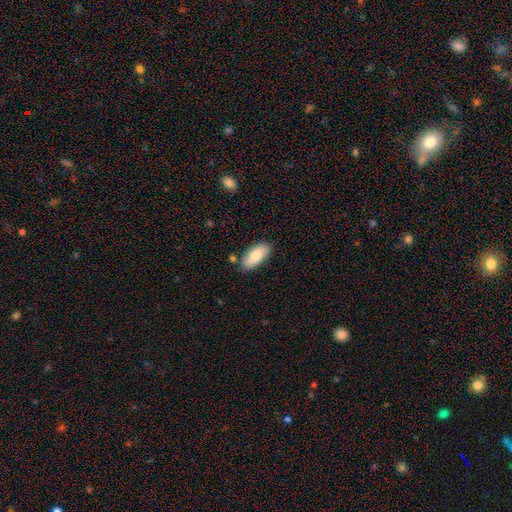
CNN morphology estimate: type=smooth (78%); roundness=in between (90%); merging=none (81%).